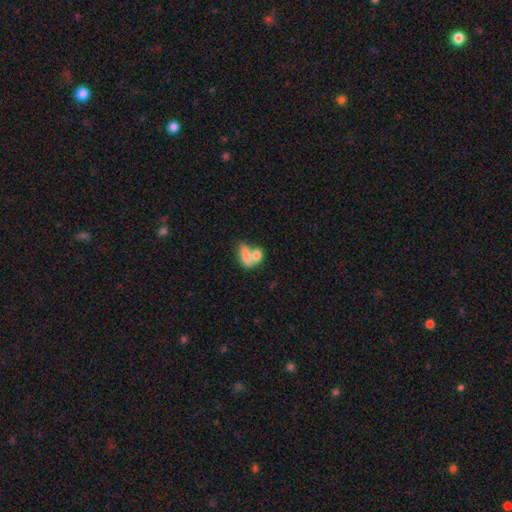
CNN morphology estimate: A smooth galaxy with no disk features (77%) that is in between round and cigar-shaped (79%).

Vote fractions:
- Smooth or featured? smooth: 77% / featured or disk: 15% / star or artifact: 8%
- How rounded? in between: 79% / round: 11% / cigar-shaped: 10%
- Merging? merger: 64% / none: 24% / minor disturbance: 7% / major disturbance: 5%